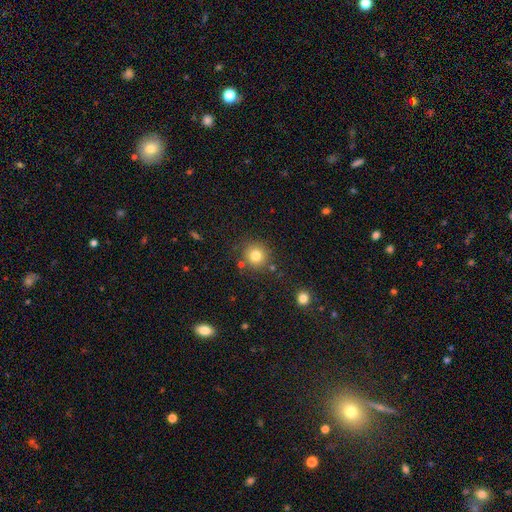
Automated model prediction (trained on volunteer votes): smooth_or_featured: smooth (p=0.80) [alt: star or artifact p=0.12]
how_rounded: round (p=0.93) [alt: in between p=0.06]
merging: none (p=0.83) [alt: minor disturbance p=0.09]